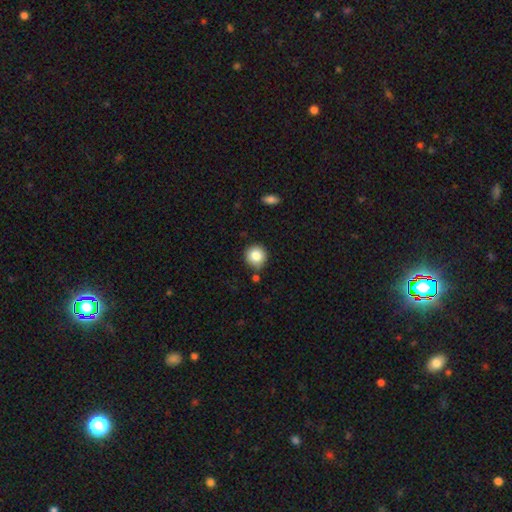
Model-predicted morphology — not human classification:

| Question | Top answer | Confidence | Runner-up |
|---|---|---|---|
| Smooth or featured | smooth | 83% | star or artifact (10%) |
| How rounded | round | 94% | in between (5%) |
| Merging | none | 82% | minor disturbance (10%) |